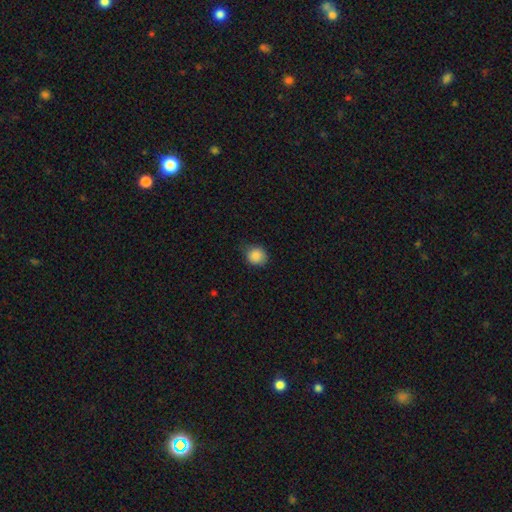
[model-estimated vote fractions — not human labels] smooth-or-featured: smooth: 87% | star or artifact: 9% | featured or disk: 4%
  how-rounded: round: 79% | in between: 20% | cigar-shaped: 1%
  merging: none: 75% | minor disturbance: 20% | major disturbance: 4% | merger: 1%